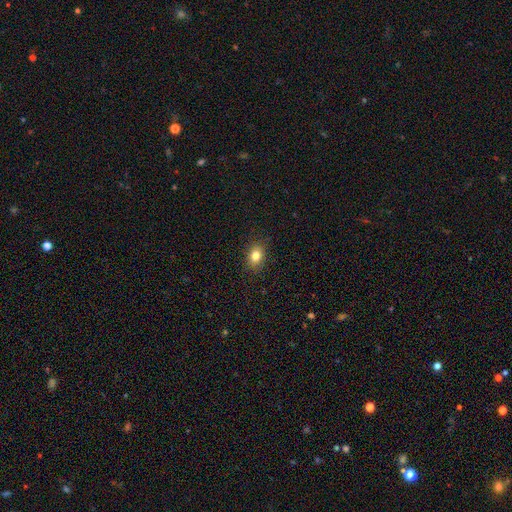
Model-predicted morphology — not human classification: Smooth or featured? smooth (81%)
How rounded? in between (67%)
Merging? none (87%)